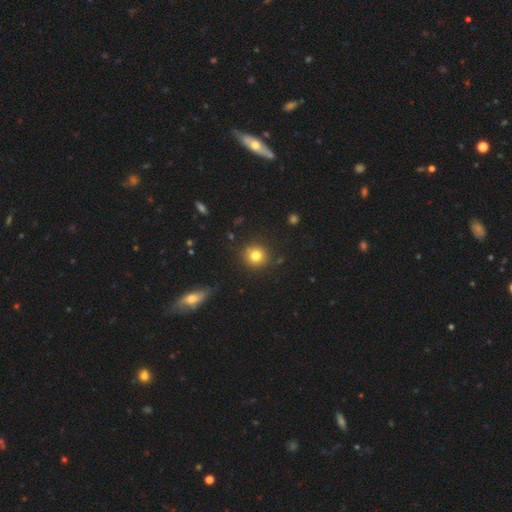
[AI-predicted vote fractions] This appears to be a smooth galaxy with no disk features (80%) that is round (92%). Merging: none (87%).